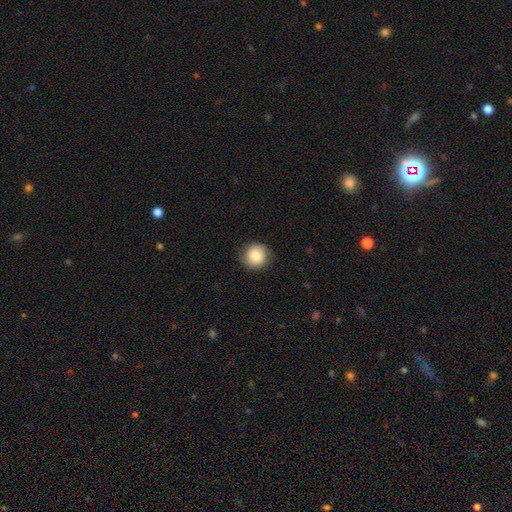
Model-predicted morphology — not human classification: A smooth galaxy with no disk features (82%) that is round (91%). Merging: none (86%).